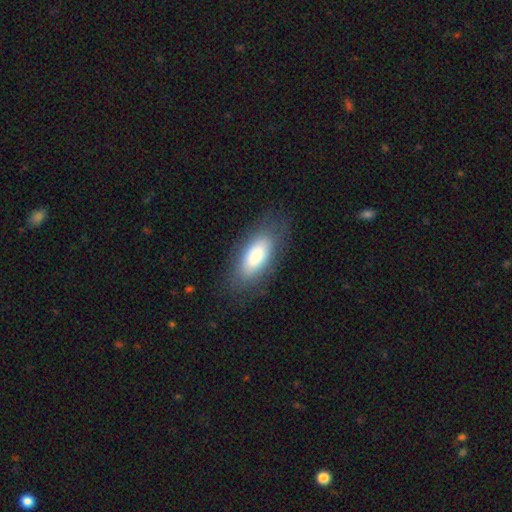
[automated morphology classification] smooth 82%, featured or disk 11%, star or artifact 7%. Down the decision tree: how rounded — in between (86%); merging — none (80%).